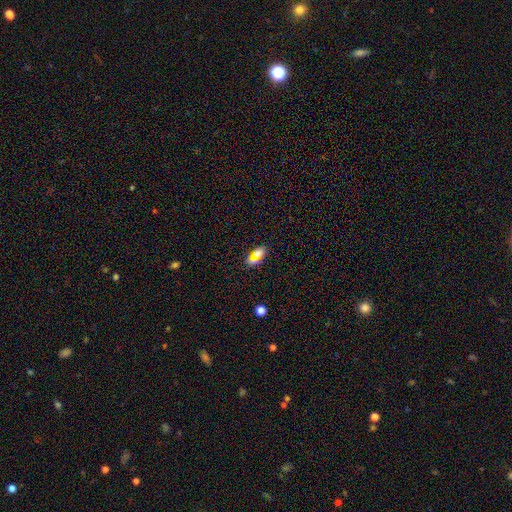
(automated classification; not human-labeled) This appears to be a smooth galaxy with no disk features (64%) that is in between round and cigar-shaped (79%). Merging: none (75%).